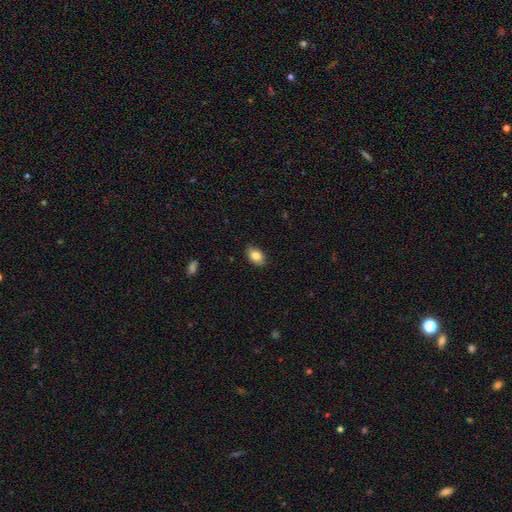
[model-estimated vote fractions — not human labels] Smooth or featured? Predicted: smooth (p=0.84). How rounded? Predicted: in between (p=0.86). Merging? Predicted: none (p=0.86).